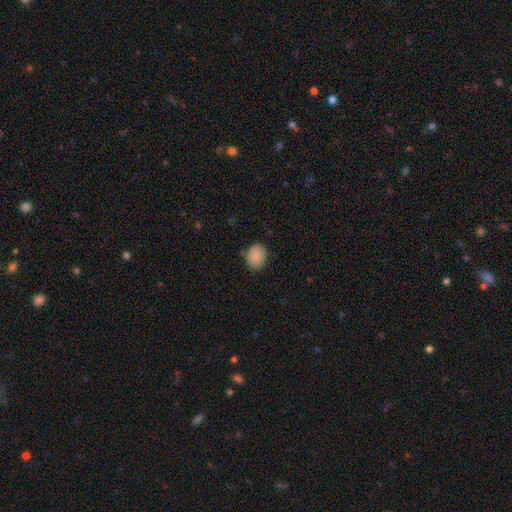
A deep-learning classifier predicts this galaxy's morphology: Smooth or featured? Predicted: smooth (p=0.88). How rounded? Predicted: round (p=0.64). Merging? Predicted: none (p=0.85).